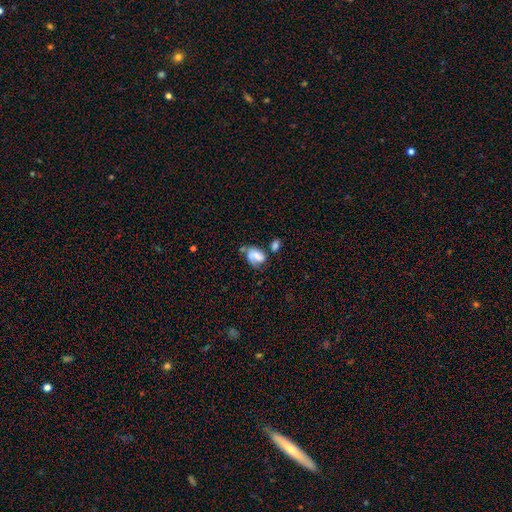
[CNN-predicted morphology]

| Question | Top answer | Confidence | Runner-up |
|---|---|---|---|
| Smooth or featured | smooth | 55% | featured or disk (35%) |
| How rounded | in between | 82% | round (16%) |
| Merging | none | 31% | minor disturbance (25%) |